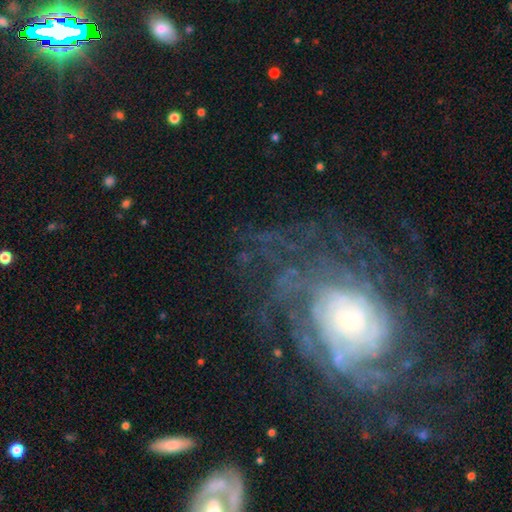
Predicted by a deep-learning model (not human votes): Morphology: type=featured or disk (79%); edge-on=no (96%); bar=no (77%); spiral arms=yes (91%); winding=tight (62%); arm count=can't tell (42%); bulge=small (57%); merging=none (63%).